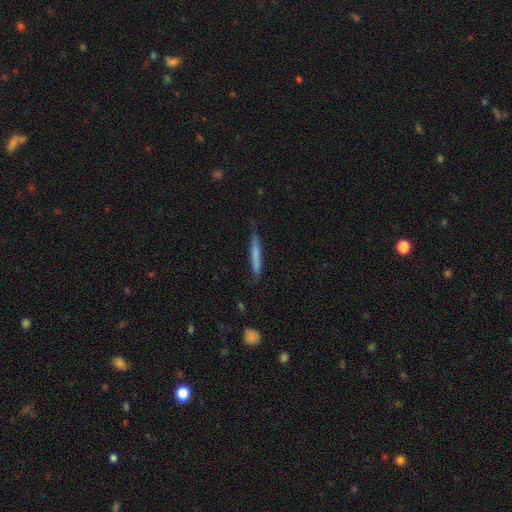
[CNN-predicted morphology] This is likely a smooth galaxy (64%). How rounded: clearly cigar-shaped (96%). Merging: clearly none (81%).